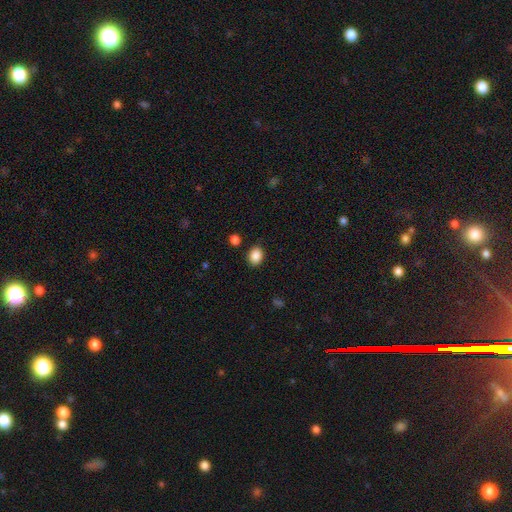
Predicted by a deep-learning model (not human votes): The model was most divided on "how rounded": in between: 58%, round: 41%, cigar-shaped: 1%. More confident: merging — none (88%); smooth or featured — smooth (88%).